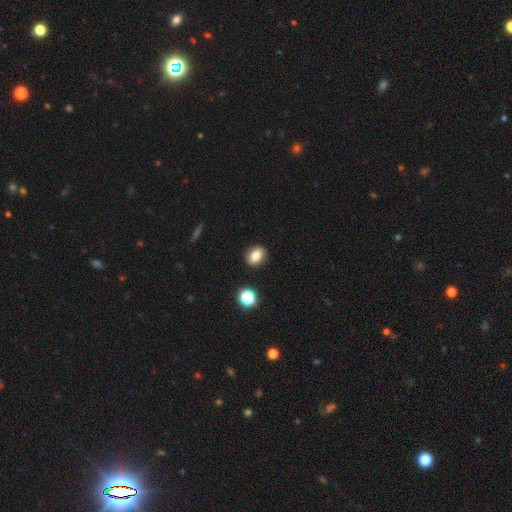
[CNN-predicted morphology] Smooth or featured? smooth (81%)
How rounded? in between (68%)
Merging? none (88%)